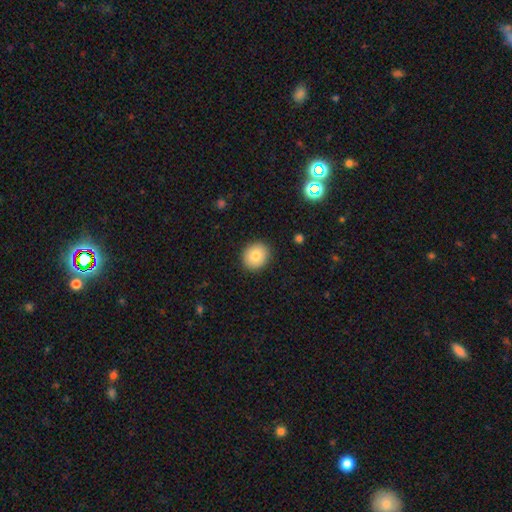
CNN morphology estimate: Smooth or featured?
  - smooth: 82% *
  - featured or disk: 9%
  - star or artifact: 9%
How rounded?
  - round: 75% *
  - in between: 24%
  - cigar-shaped: 1%
Merging?
  - none: 90% *
  - minor disturbance: 7%
  - major disturbance: 2%
  - merger: 1%